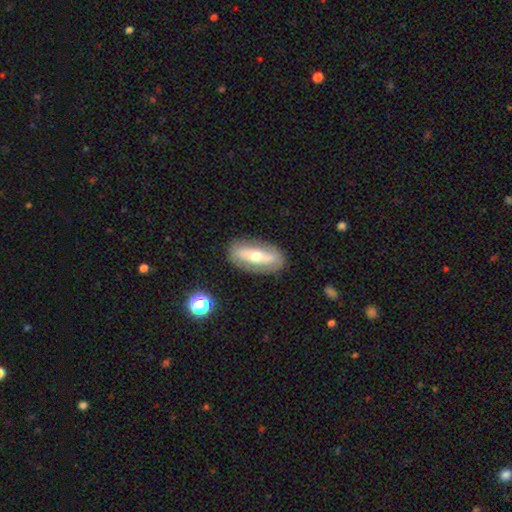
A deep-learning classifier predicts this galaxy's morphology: Q: Smooth or featured?
A: featured or disk (57%); runner-up: smooth (36%)
Q: Edge-on disk?
A: no (81%); runner-up: yes (19%)
Q: Merging?
A: none (82%); runner-up: minor disturbance (12%)